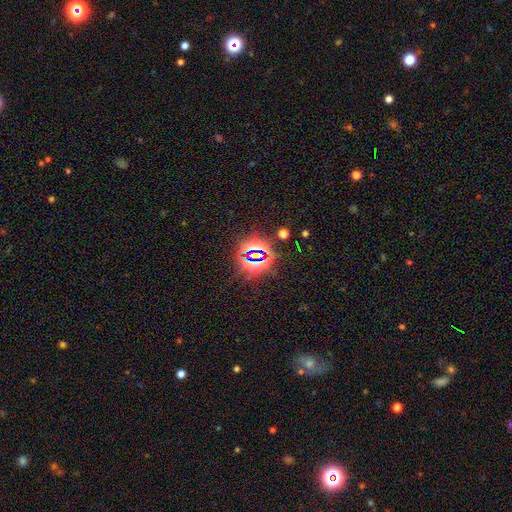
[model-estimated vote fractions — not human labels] Smooth or featured? star or artifact (79%)